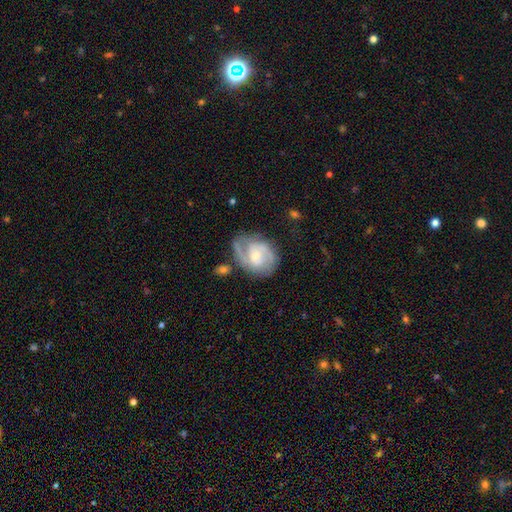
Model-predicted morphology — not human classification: type=featured or disk (84%); edge-on=no (98%); bar=no (54%); spiral arms=yes (95%); winding=medium (48%); arm count=2 (74%); bulge=small (56%); merging=none (65%).